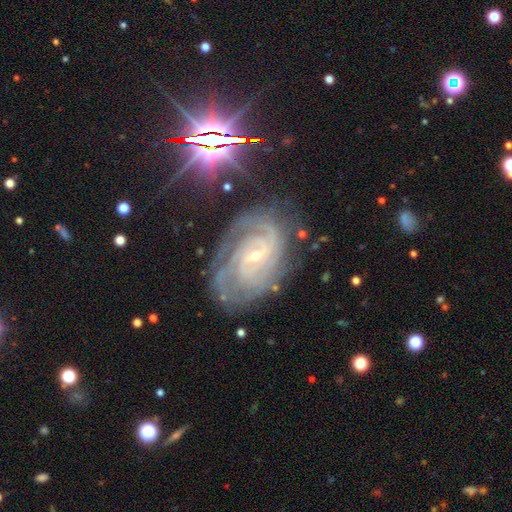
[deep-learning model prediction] featured or disk 86%, star or artifact 9%, smooth 4%. Down the decision tree: edge-on disk — no (97%); bar — no (44%); spiral arms — yes (98%); spiral arm count — 2 (25%); spiral winding — tight (65%); bulge size — small (75%); merging — none (70%).